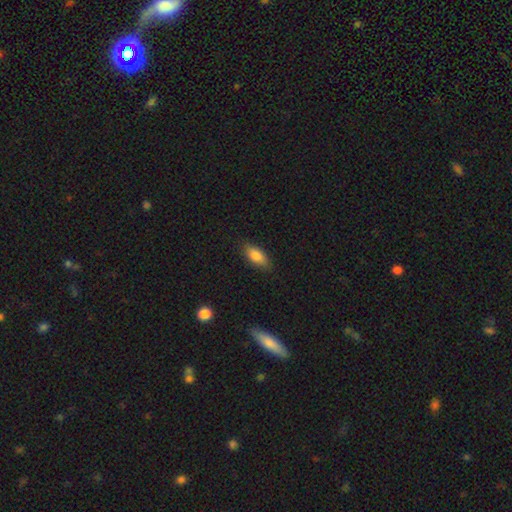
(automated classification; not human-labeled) smooth 83%, featured or disk 10%, star or artifact 7%. Down the decision tree: how rounded — in between (85%); merging — none (83%).